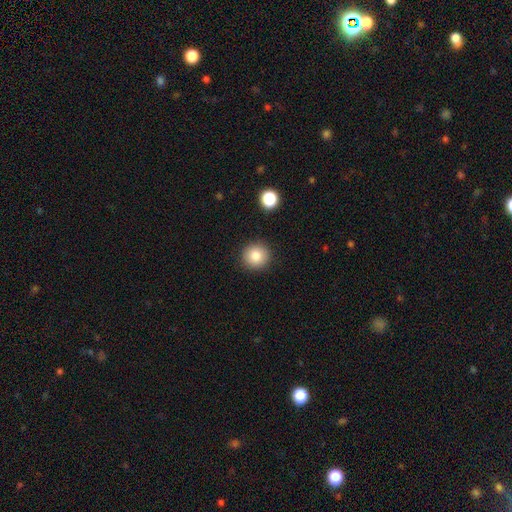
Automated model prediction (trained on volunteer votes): Overall: smooth (82%). How rounded: round (92%). Merging: none (90%).